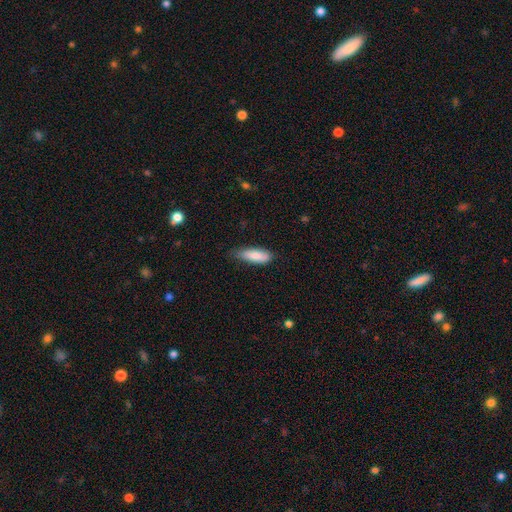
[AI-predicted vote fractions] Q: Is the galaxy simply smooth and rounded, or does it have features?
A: smooth — 83%.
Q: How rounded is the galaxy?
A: in between — 61%.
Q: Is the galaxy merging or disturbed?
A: none — 65%.